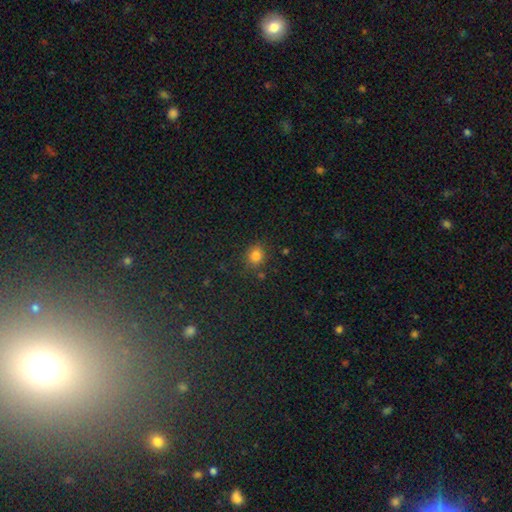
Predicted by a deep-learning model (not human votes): Morphology: type=smooth (80%); roundness=round (69%); merging=none (79%).